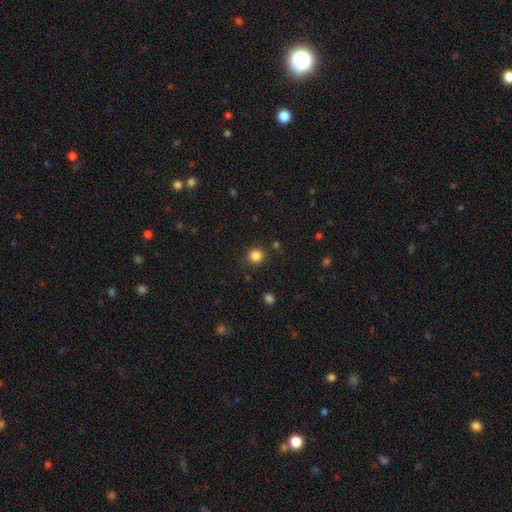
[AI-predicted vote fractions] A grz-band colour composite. It shows a smooth galaxy with no disk features (84%) that is round (90%). Merging: none (85%).